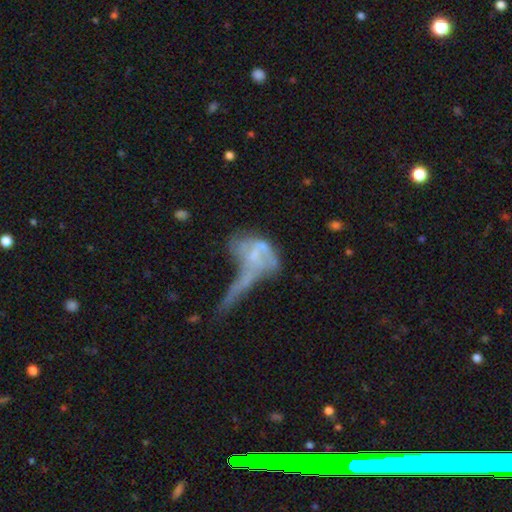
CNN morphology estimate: This appears to be a featured or disk galaxy (56%) with no bar (77%), no spiral arms (74%) and no central bulge (43%). Merging: merger (46%).